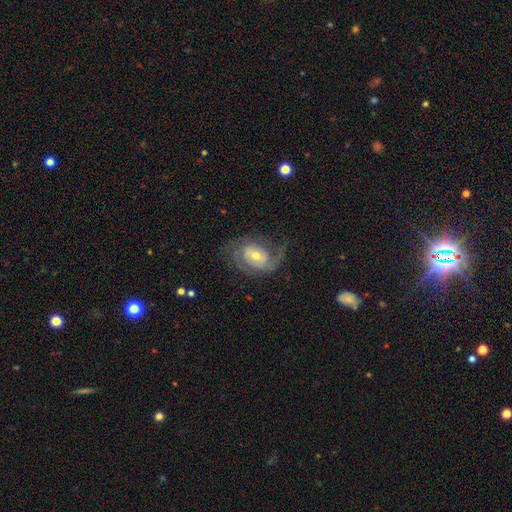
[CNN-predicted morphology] The model was most divided on "spiral winding": medium: 43%, tight: 31%, loose: 26%. More confident: edge-on disk — no (97%); spiral arms — yes (90%); smooth or featured — featured or disk (78%); merging — none (59%); bulge size — moderate (59%); spiral arm count — 2 (57%); bar — no (51%).